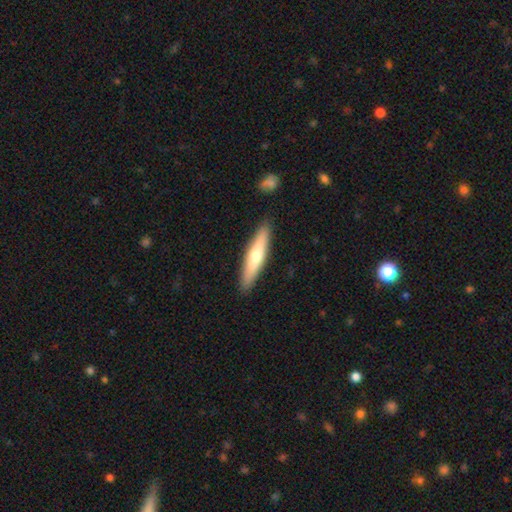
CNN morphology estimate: smooth 57%, featured or disk 38%, star or artifact 5%. Down the decision tree: how rounded — cigar-shaped (86%); merging — none (90%).